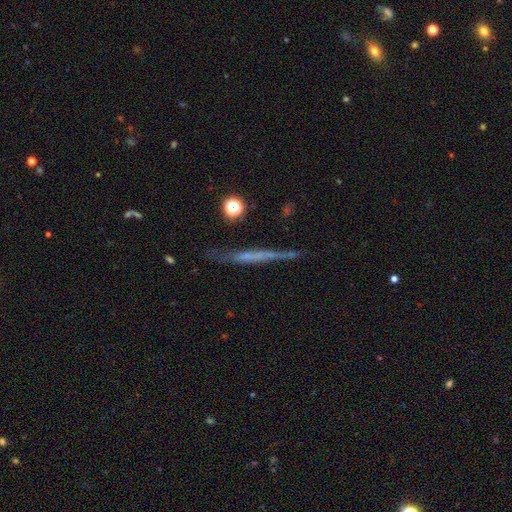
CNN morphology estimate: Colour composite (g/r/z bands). It shows a featured or disk galaxy (60%) viewed edge-on (95%) with no central bulge (76%). Merging: none (84%).